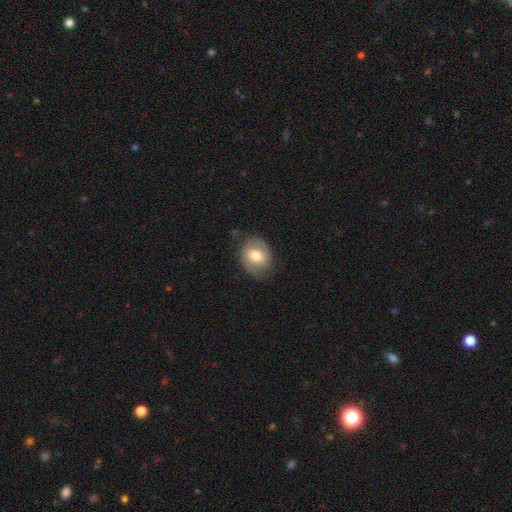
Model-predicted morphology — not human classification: A smooth galaxy with no disk features (66%) that is in between round and cigar-shaped (63%). Merging: none (75%).